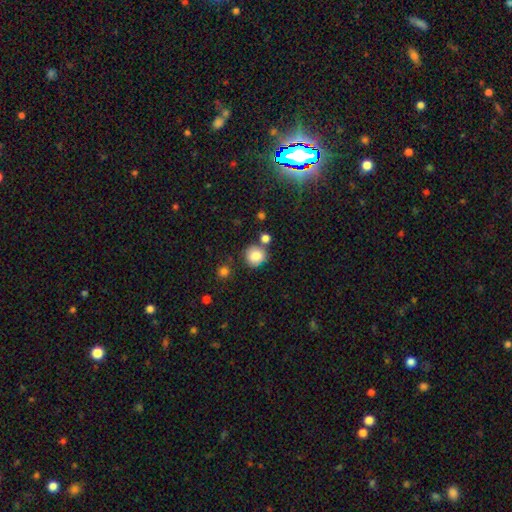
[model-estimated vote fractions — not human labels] smooth 83%, star or artifact 10%, featured or disk 7%. Down the decision tree: how rounded — round (89%); merging — none (70%).